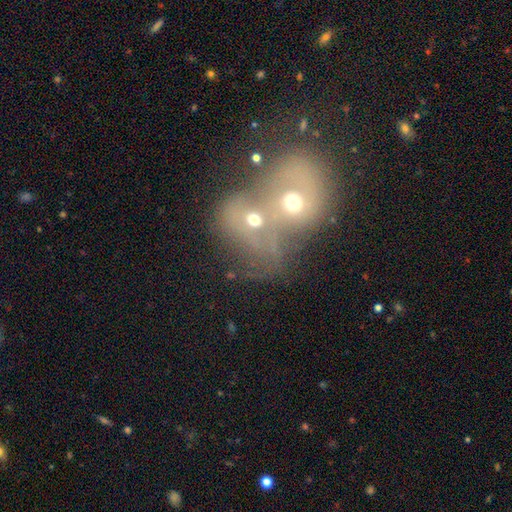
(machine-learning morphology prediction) type=smooth (42%); merging=merger (81%).